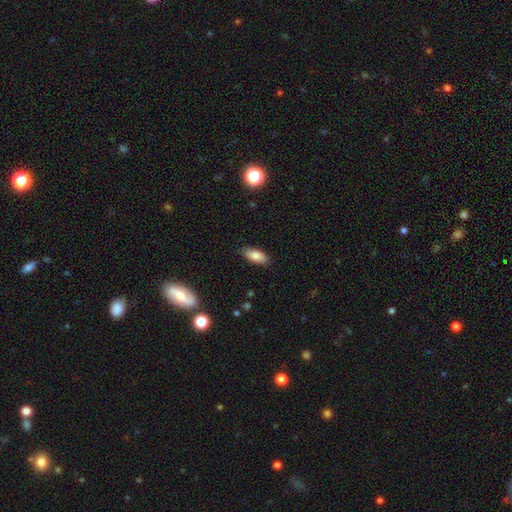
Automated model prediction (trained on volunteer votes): This is clearly a smooth galaxy (83%). How rounded: clearly in between (85%). Merging: clearly none (84%).